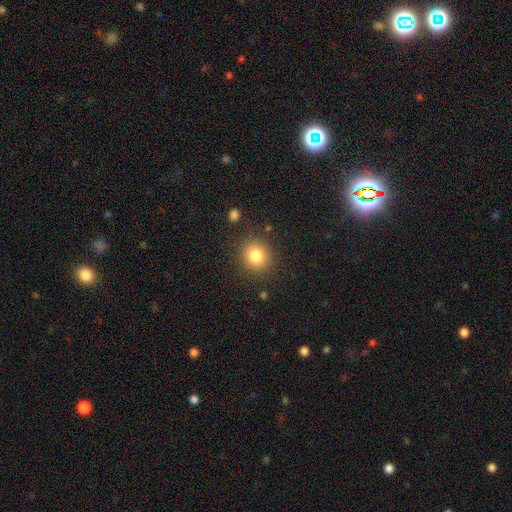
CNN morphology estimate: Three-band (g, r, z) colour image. It shows a smooth galaxy with no disk features (82%) that is round (82%). Merging: none (86%).